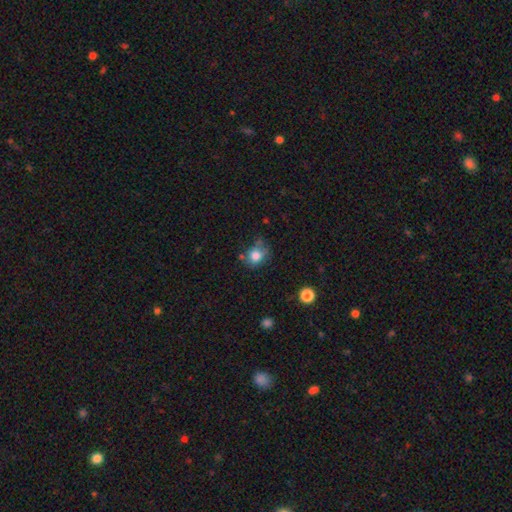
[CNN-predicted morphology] The model was most divided on "merging": none: 53%, minor disturbance: 27%, major disturbance: 12%, merger: 8%. More confident: smooth or featured — smooth (76%); how rounded — round (65%).